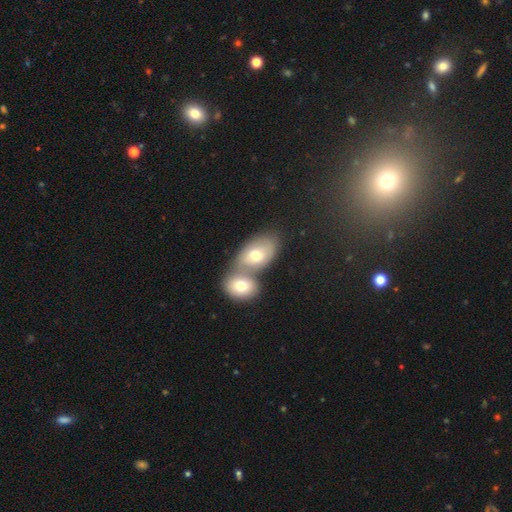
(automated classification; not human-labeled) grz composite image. It shows a smooth galaxy with no disk features (63%) that is in between round and cigar-shaped (81%). Merging: merger (62%).